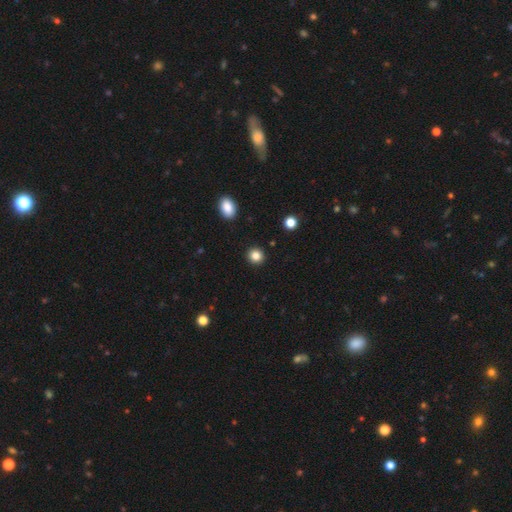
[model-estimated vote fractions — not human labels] Smooth or featured? Predicted: smooth (p=0.85). How rounded? Predicted: round (p=0.90). Merging? Predicted: none (p=0.92).